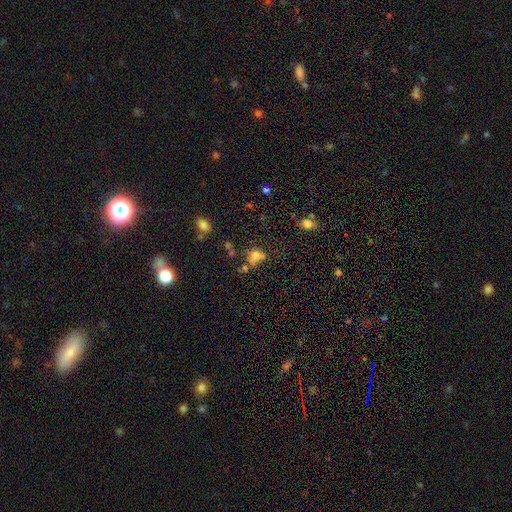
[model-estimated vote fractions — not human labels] smooth-or-featured: smooth: 71% | star or artifact: 16% | featured or disk: 13%
  how-rounded: round: 59% | in between: 40% | cigar-shaped: 2%
  merging: none: 40% | merger: 27% | minor disturbance: 20% | major disturbance: 13%